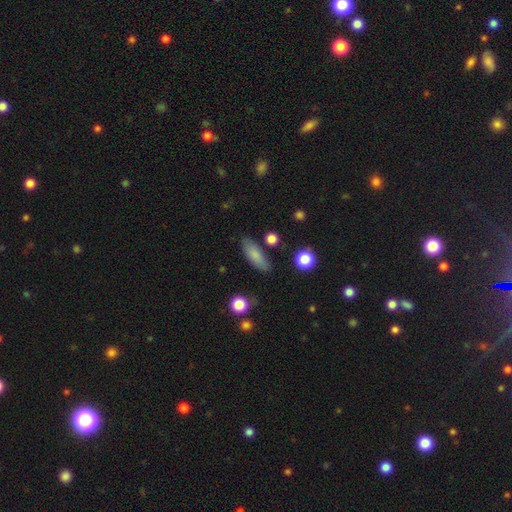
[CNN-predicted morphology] type=smooth (80%); roundness=in between (61%); merging=none (78%).